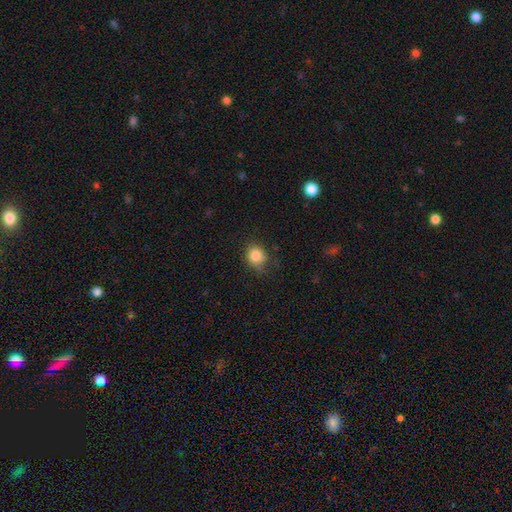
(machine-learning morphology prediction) Smooth or featured: smooth — 84% (star or artifact — 10%)
How rounded: round — 71% (in between — 28%)
Merging: none — 67% (minor disturbance — 25%)